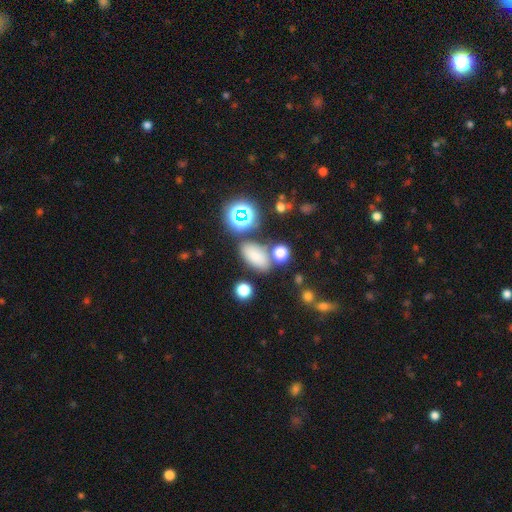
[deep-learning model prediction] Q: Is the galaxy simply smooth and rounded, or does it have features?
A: smooth — 72%.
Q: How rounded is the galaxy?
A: in between — 85%.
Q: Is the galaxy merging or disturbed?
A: none — 71%.